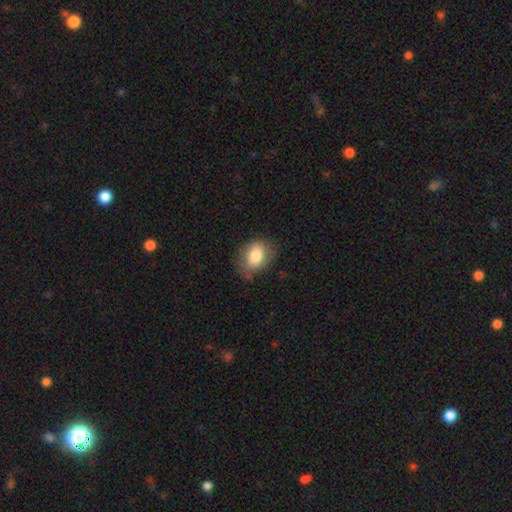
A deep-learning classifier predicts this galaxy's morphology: This appears to be a smooth galaxy with no disk features (79%) that is in between round and cigar-shaped (70%). Merging: none (73%).